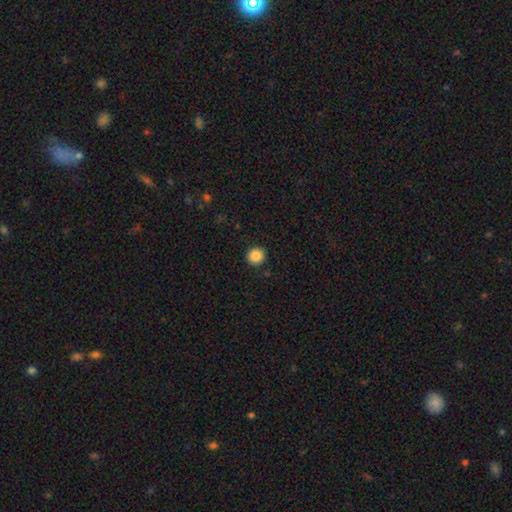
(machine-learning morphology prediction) Smooth or featured? Predicted: smooth (p=0.86). How rounded? Predicted: round (p=0.94). Merging? Predicted: none (p=0.92).